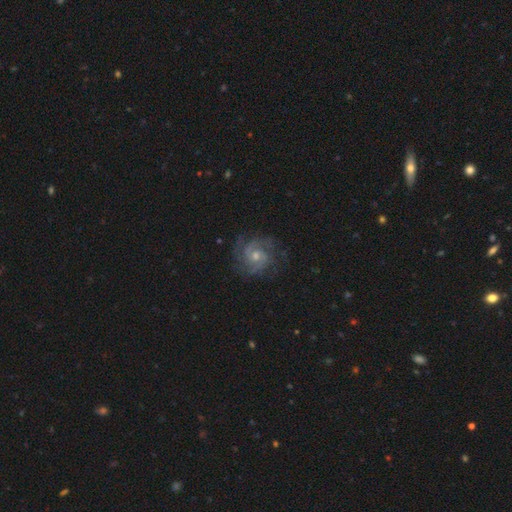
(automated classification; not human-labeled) Smooth or featured? Predicted: featured or disk (p=0.85). Edge-on disk? Predicted: no (p=0.98). Bar? Predicted: no (p=0.65). Spiral arms? Predicted: yes (p=0.97). Spiral winding? Predicted: tight (p=0.55). Spiral arm count? Predicted: 2 (p=0.33, tied with 3). Bulge size? Predicted: moderate (p=0.49). Merging? Predicted: none (p=0.78).